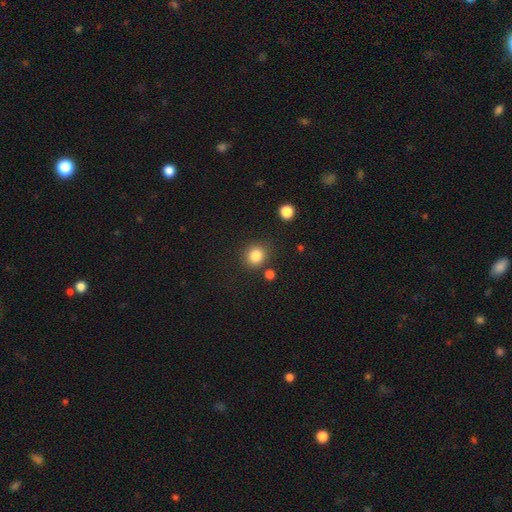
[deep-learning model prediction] Smooth or featured? smooth (84%)
How rounded? round (84%)
Merging? none (82%)